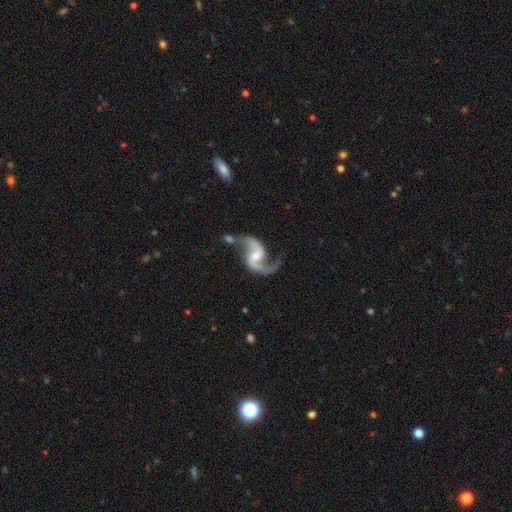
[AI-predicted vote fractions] Smooth or featured? Predicted: featured or disk (p=0.92). Edge-on disk? Predicted: no (p=0.98). Bar? Predicted: weak (p=0.50). Spiral arms? Predicted: yes (p=0.98). Spiral winding? Predicted: loose (p=0.66). Spiral arm count? Predicted: 2 (p=0.93). Bulge size? Predicted: moderate (p=0.43). Merging? Predicted: none (p=0.60).